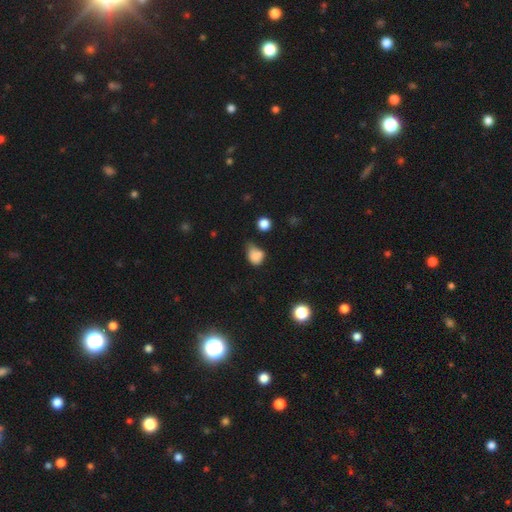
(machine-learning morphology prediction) type=smooth (79%); roundness=in between (55%); merging=minor disturbance (41%).